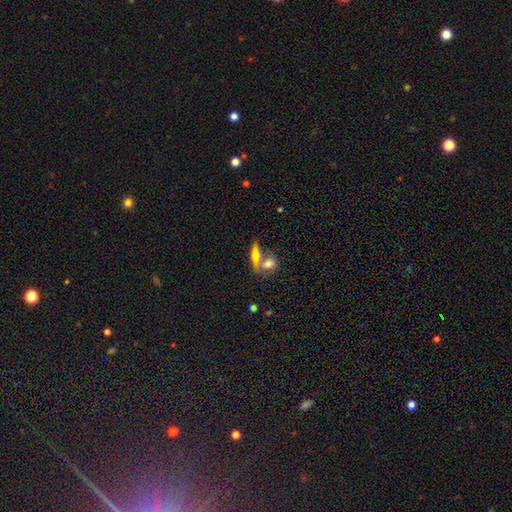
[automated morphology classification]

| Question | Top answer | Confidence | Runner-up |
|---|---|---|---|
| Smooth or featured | smooth | 65% | featured or disk (24%) |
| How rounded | in between | 73% | round (17%) |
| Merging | merger | 60% | none (25%) |